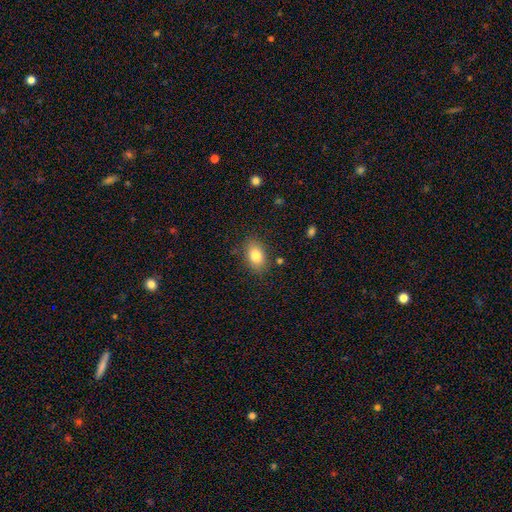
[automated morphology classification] type=smooth (82%); roundness=in between (82%); merging=none (82%).